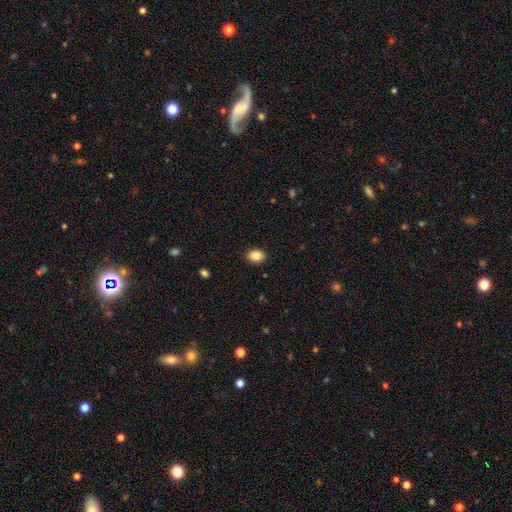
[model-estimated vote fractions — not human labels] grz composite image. It shows a smooth galaxy with no disk features (86%) that is in between round and cigar-shaped (66%). Merging: none (90%).